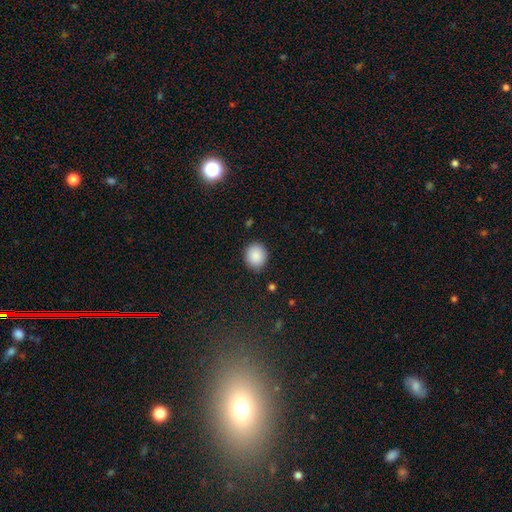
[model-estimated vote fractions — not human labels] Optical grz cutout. It shows a smooth galaxy with no disk features (88%) that is round (74%). Merging: none (89%).